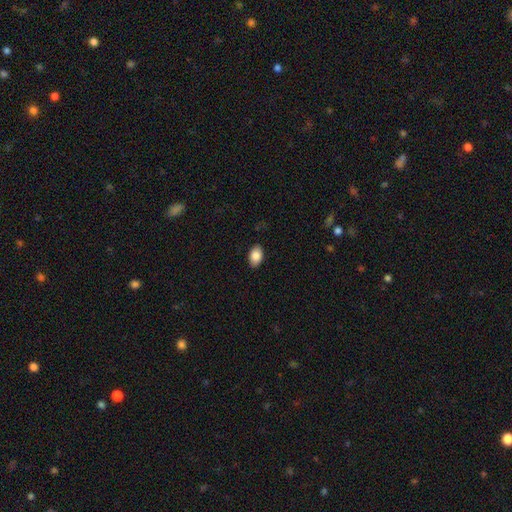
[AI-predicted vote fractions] smooth_or_featured: smooth (p=0.86) [alt: star or artifact p=0.07]
how_rounded: in between (p=0.91) [alt: round p=0.08]
merging: none (p=0.87) [alt: minor disturbance p=0.10]